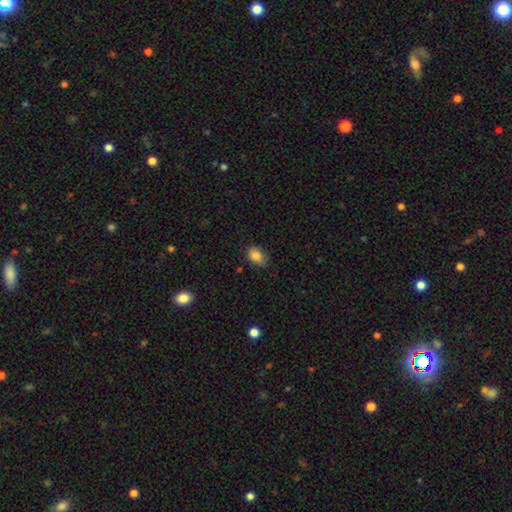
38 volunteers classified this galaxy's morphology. Volunteers were most divided on "how rounded": in between: 71%, round: 29%, cigar-shaped: 0%. More confident: smooth or featured — smooth (89%); merging — none (76%).